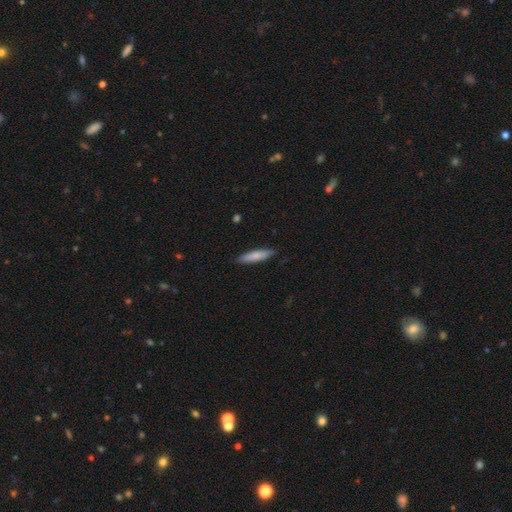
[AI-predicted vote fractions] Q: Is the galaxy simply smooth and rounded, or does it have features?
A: smooth — 78%.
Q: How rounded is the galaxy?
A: cigar-shaped — 81%.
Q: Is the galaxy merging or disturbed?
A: none — 88%.